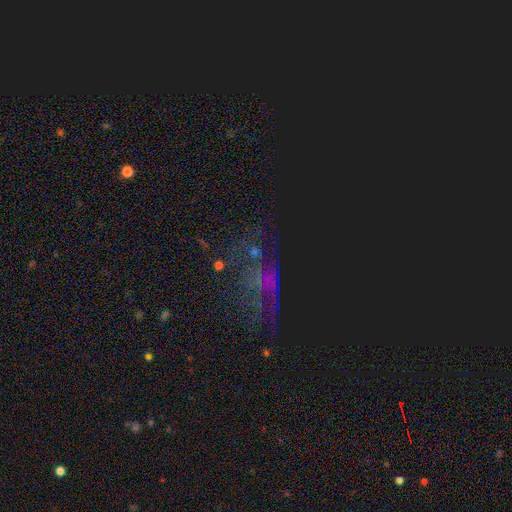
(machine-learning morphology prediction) Smooth or featured? star or artifact (48%)